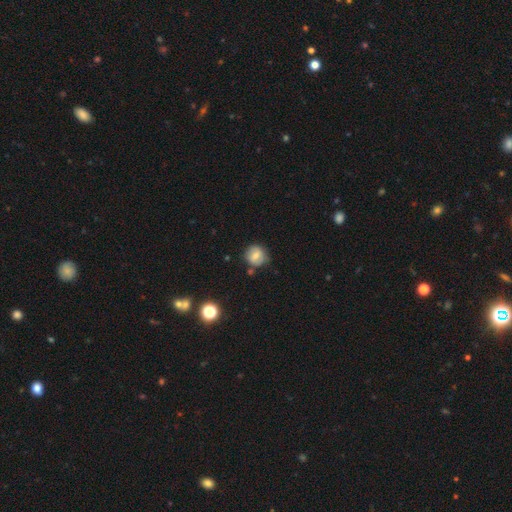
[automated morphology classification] smooth 63%, featured or disk 27%, star or artifact 10%. Down the decision tree: how rounded — round (82%); merging — none (73%).